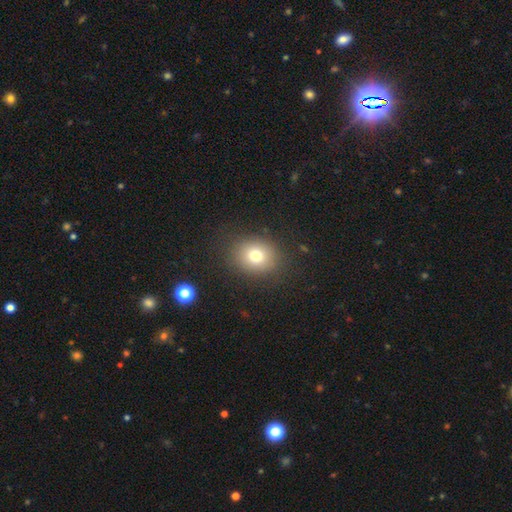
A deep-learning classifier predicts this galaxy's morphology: This is likely a smooth galaxy (76%). How rounded: likely round (60%). Merging: clearly none (85%).